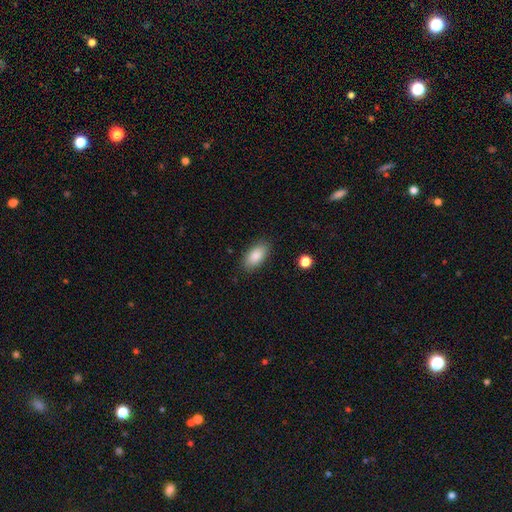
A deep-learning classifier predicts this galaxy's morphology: This appears to be a smooth galaxy with no disk features (87%) that is in between round and cigar-shaped (92%). Merging: none (86%).